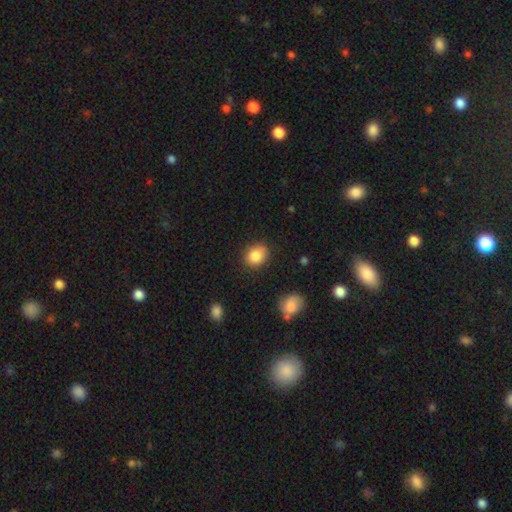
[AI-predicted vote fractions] This is clearly a smooth galaxy (85%). How rounded: likely round (63%). Merging: clearly none (81%).